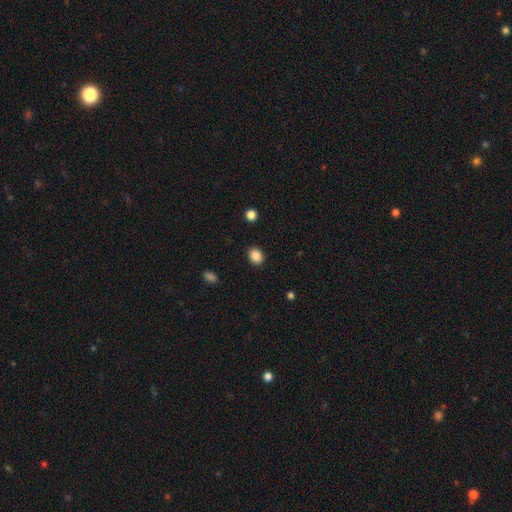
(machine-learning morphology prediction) Smooth or featured? Predicted: smooth (p=0.87). How rounded? Predicted: round (p=0.53). Merging? Predicted: none (p=0.89).